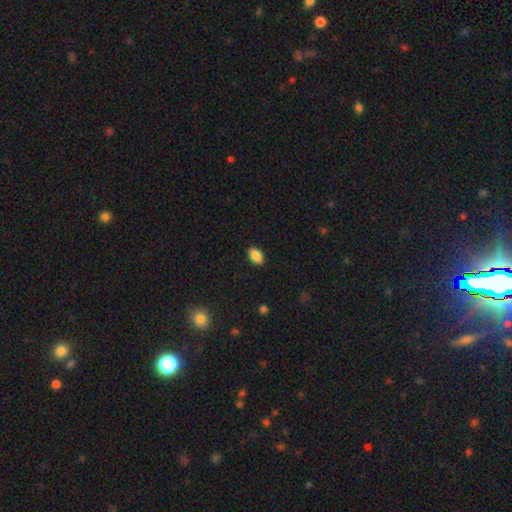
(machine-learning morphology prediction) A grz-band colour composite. It shows a smooth galaxy with no disk features (87%) that is in between round and cigar-shaped (91%). Merging: none (89%).